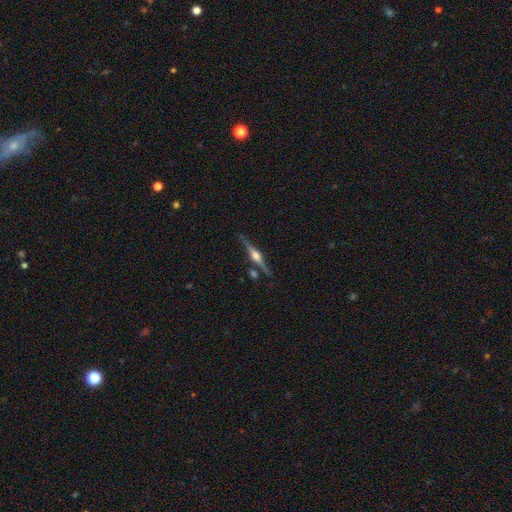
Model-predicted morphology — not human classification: Smooth or featured? featured or disk (85%)
Edge-on disk? yes (98%)
Edge-on bulge? rounded (93%)
Merging? none (84%)